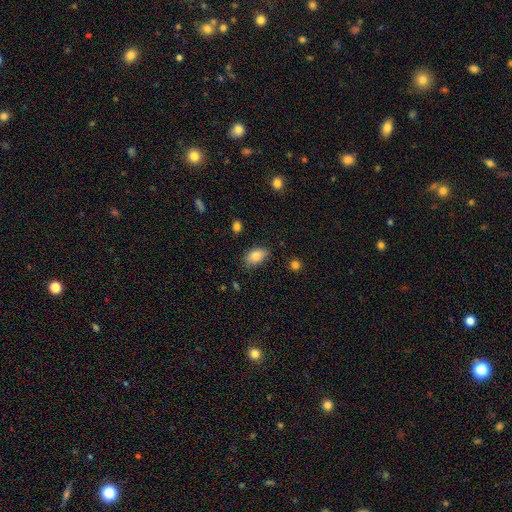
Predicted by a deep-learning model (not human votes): Smooth or featured: smooth — 84% (star or artifact — 8%)
How rounded: in between — 90% (round — 8%)
Merging: none — 76% (minor disturbance — 19%)